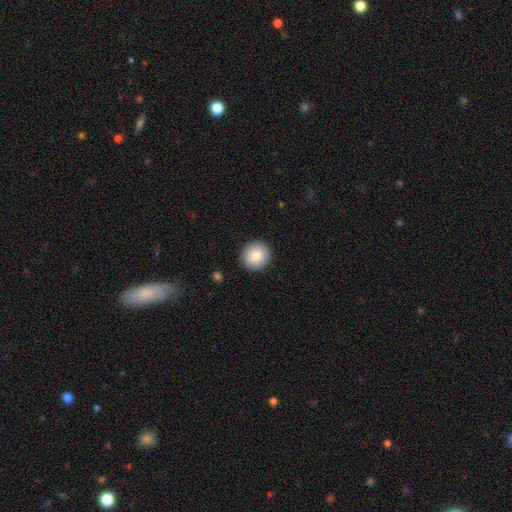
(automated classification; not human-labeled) This appears to be a smooth galaxy with no disk features (82%) that is round (93%). Merging: none (92%).